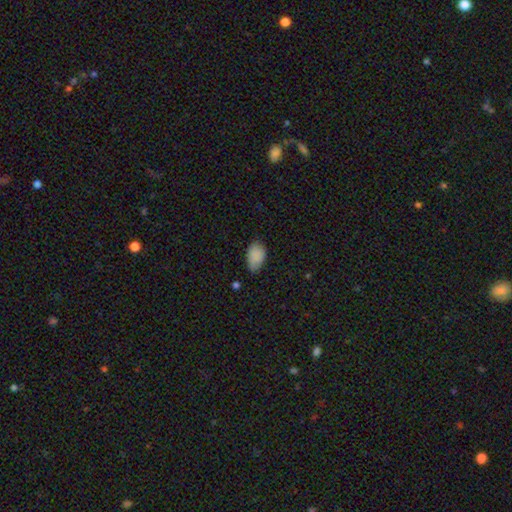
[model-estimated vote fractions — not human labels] Smooth or featured: smooth — 87% (star or artifact — 8%)
How rounded: in between — 90% (round — 8%)
Merging: none — 59% (minor disturbance — 34%)